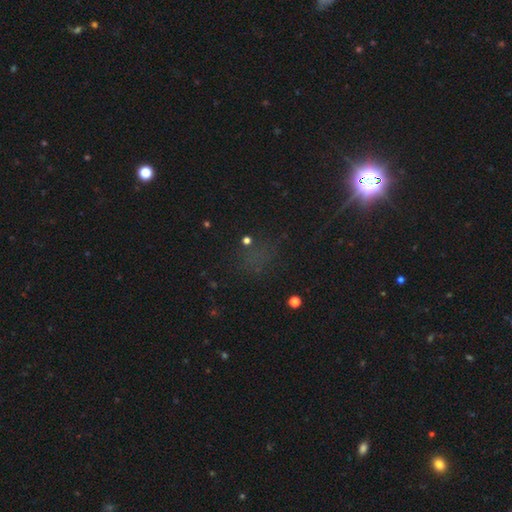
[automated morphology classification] Smooth or featured? Predicted: star or artifact (p=0.63).